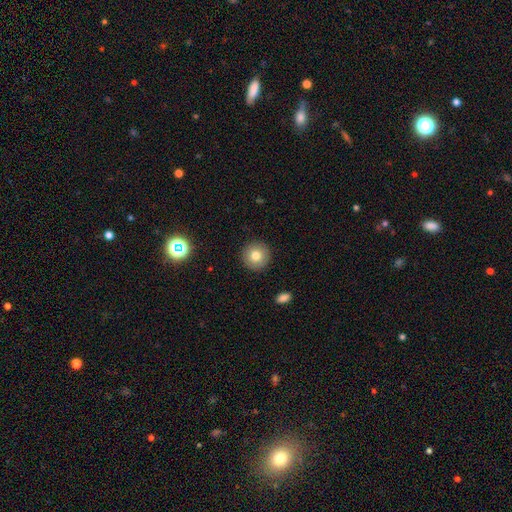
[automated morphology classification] smooth-or-featured: smooth: 78% | featured or disk: 12% | star or artifact: 10%
  how-rounded: round: 95% | in between: 4% | cigar-shaped: 1%
  merging: none: 91% | minor disturbance: 6% | major disturbance: 2% | merger: 1%